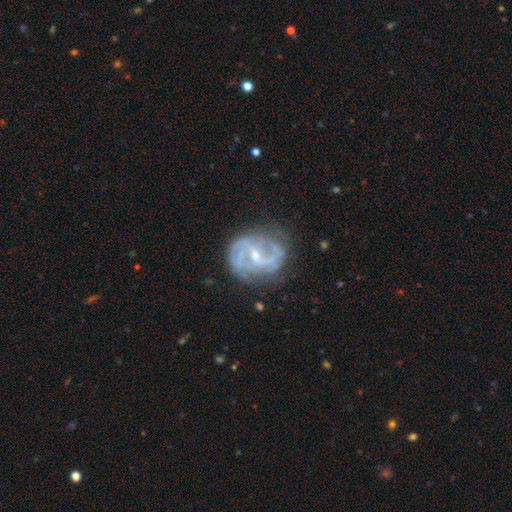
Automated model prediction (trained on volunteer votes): Overall: featured or disk (88%). Edge-on disk: no (97%). Bar: weak (51%; strong 26%). Spiral arms: yes (95%). Spiral arm count: 2 (66%). Spiral winding: medium (49%; tight 26%). Bulge size: small (62%; moderate 34%). Merging: none (71%).